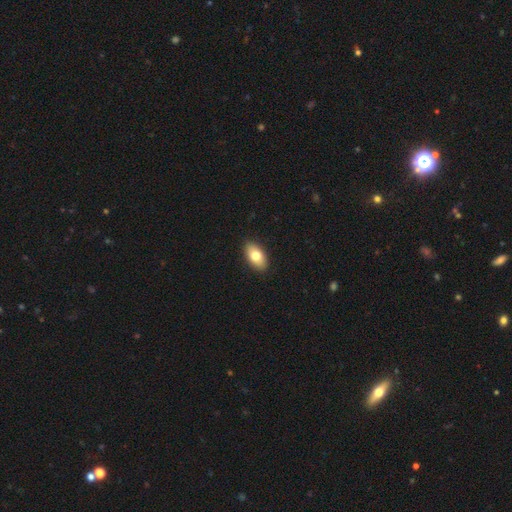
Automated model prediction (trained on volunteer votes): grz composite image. It shows a smooth galaxy with no disk features (77%) that is in between round and cigar-shaped (92%). Merging: none (90%).